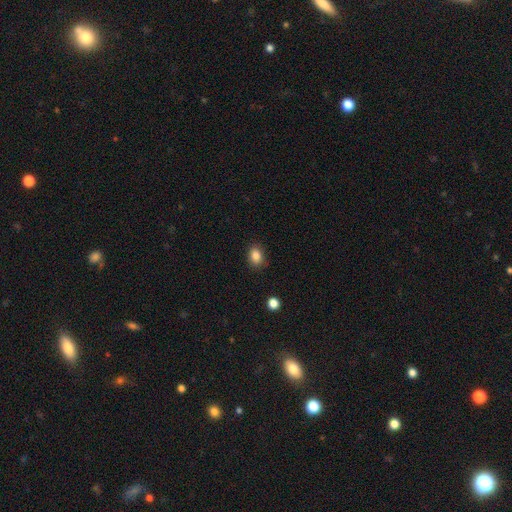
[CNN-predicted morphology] type=smooth (85%); roundness=in between (63%); merging=none (86%).